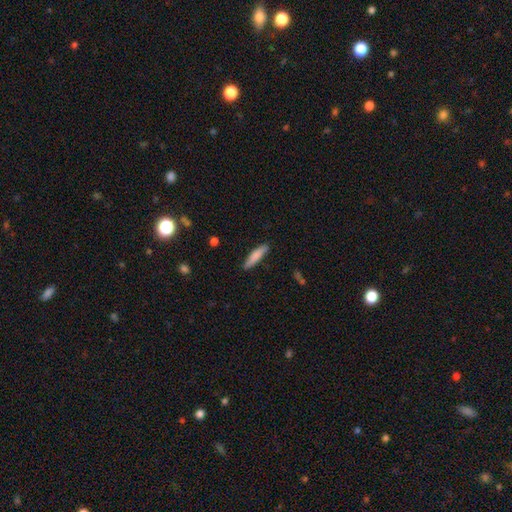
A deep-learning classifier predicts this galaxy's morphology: smooth_or_featured: smooth (p=0.81) [alt: featured or disk p=0.14]
how_rounded: cigar-shaped (p=0.84) [alt: in between p=0.15]
merging: none (p=0.87) [alt: minor disturbance p=0.10]